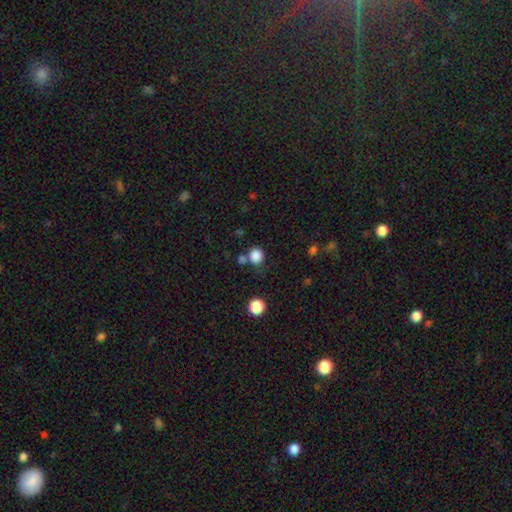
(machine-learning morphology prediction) smooth_or_featured: smooth (p=0.84) [alt: star or artifact p=0.12]
how_rounded: round (p=0.87) [alt: in between p=0.12]
merging: none (p=0.70) [alt: merger p=0.15]